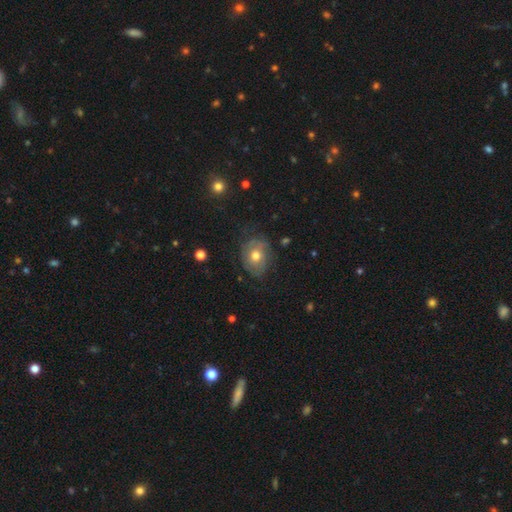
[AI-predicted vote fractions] smooth 46%, featured or disk 44%, star or artifact 9%. Down the decision tree: merging — none (65%).